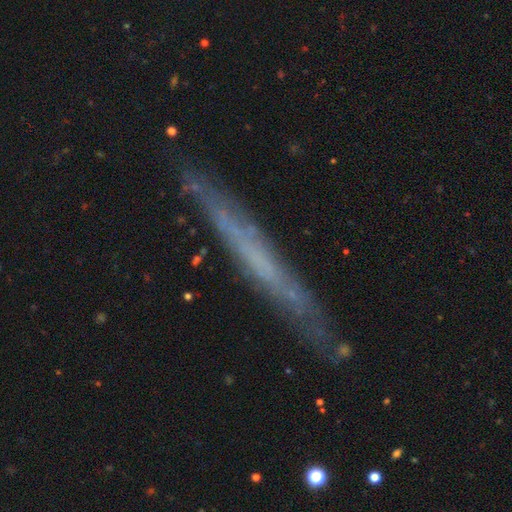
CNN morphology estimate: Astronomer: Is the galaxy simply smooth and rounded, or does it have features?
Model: featured or disk — 58%.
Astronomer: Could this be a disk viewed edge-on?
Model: yes — 91%.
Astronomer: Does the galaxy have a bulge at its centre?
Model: none — 88%.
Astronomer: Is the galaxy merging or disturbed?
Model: none — 85%.